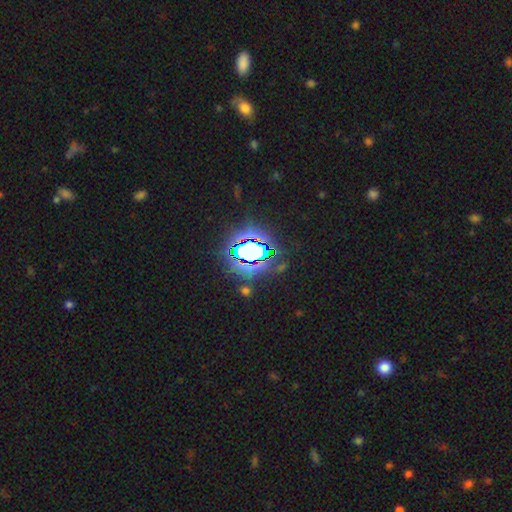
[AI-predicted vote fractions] Overall: star or artifact (72%).